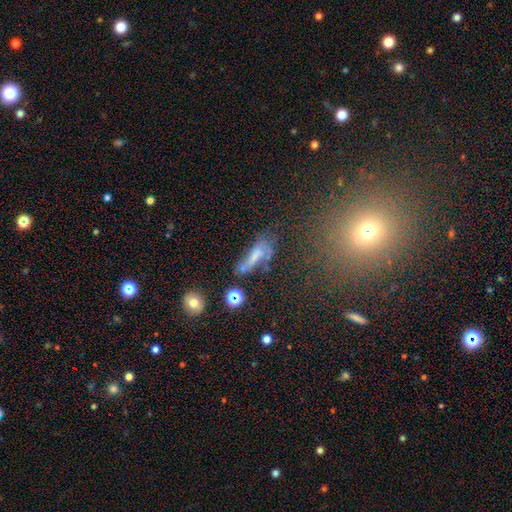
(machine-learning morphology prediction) Smooth or featured?
  - smooth: 48% *
  - featured or disk: 34%
  - star or artifact: 18%
Merging?
  - major disturbance: 32% *
  - none: 29%
  - minor disturbance: 21%
  - merger: 19%